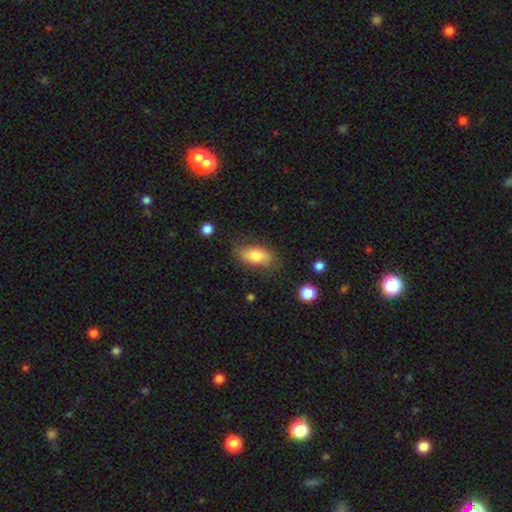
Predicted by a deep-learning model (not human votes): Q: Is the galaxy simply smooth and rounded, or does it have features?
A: smooth — 73%.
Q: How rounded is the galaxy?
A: in between — 89%.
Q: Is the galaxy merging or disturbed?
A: none — 71%.